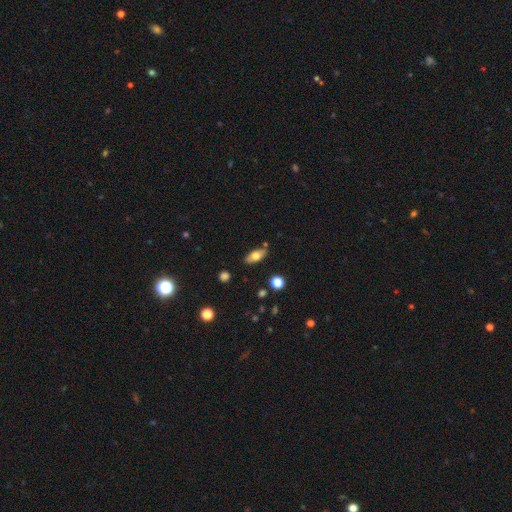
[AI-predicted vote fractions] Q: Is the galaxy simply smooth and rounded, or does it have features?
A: smooth — 68%.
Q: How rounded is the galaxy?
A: in between — 82%.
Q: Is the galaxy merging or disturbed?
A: none — 80%.